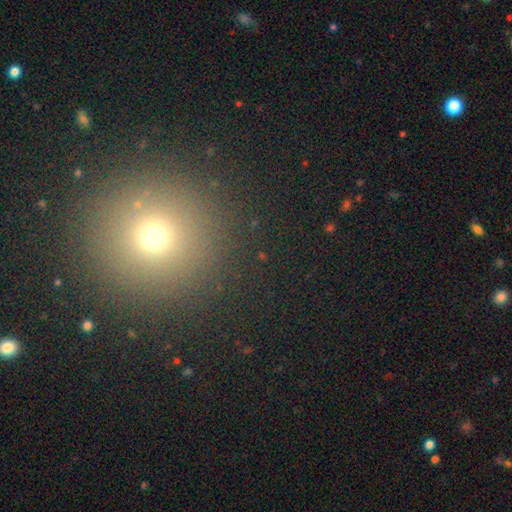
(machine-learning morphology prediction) A smooth galaxy with no disk features (62%) that is round (94%). Merging: none (90%).